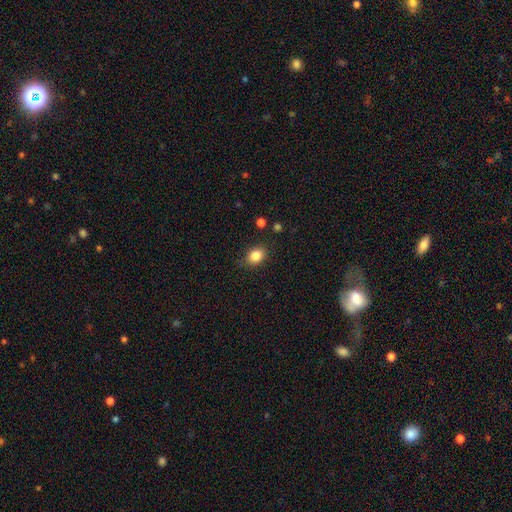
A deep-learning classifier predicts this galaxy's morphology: This is clearly a smooth galaxy (84%). How rounded: likely in between (61%). Merging: clearly none (83%).